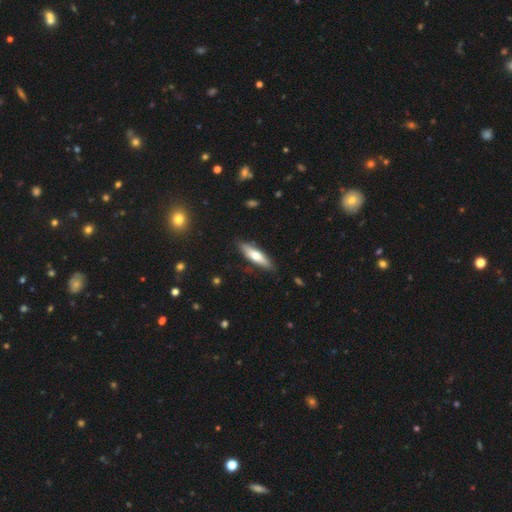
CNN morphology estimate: This appears to be a smooth galaxy with no disk features (60%) that is cigar-shaped (68%). Merging: none (85%).